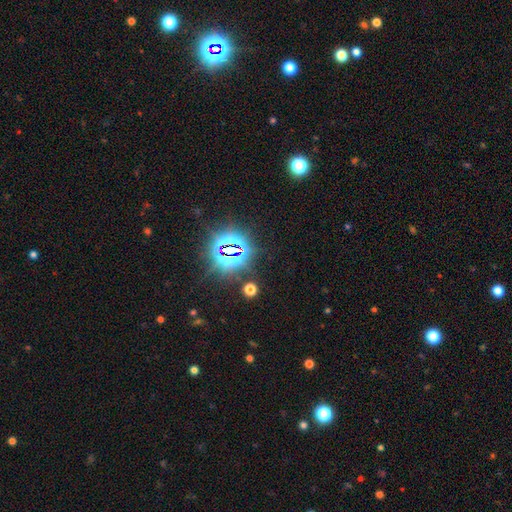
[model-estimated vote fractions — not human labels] A star or artifact, not a galaxy (81%).